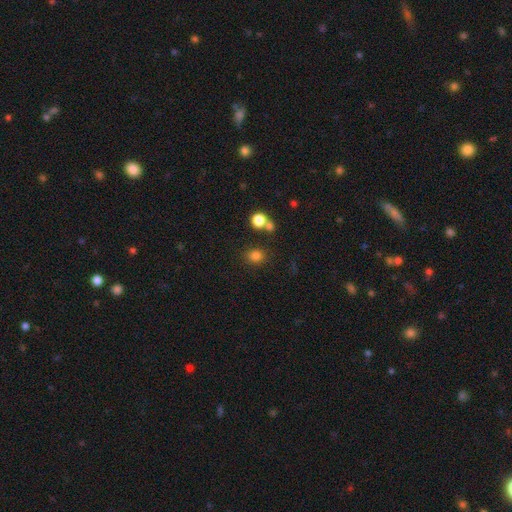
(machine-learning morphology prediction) smooth 80%, star or artifact 14%, featured or disk 5%. Down the decision tree: how rounded — round (64%); merging — none (77%).